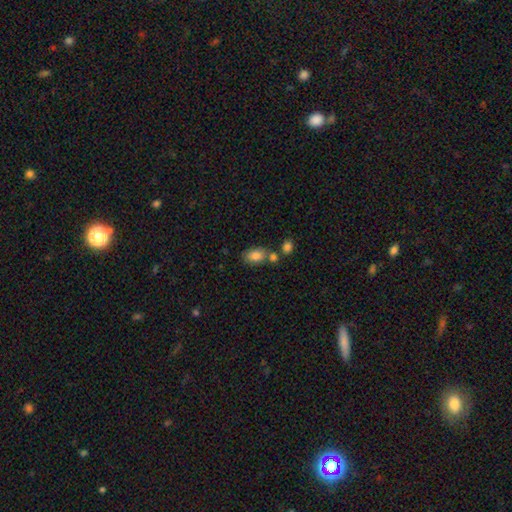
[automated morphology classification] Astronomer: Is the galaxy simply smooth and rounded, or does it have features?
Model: smooth — 83%.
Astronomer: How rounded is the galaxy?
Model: in between — 83%.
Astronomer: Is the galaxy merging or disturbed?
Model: none — 59%.